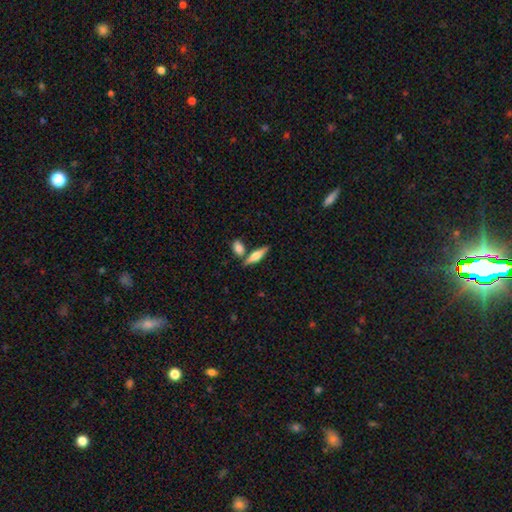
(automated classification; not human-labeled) Morphology: type=smooth (49%); merging=none (70%).